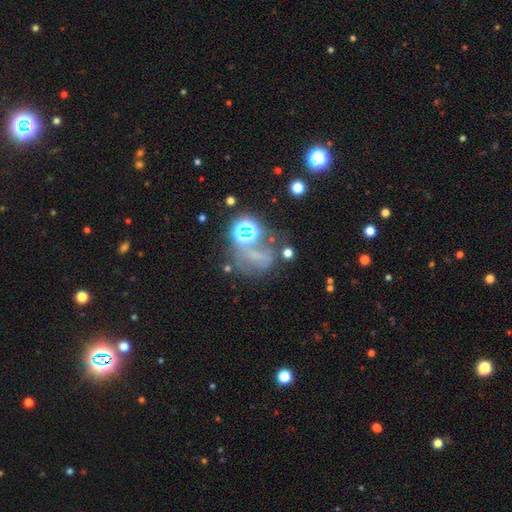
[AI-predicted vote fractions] star or artifact 44%, featured or disk 28%, smooth 28%.